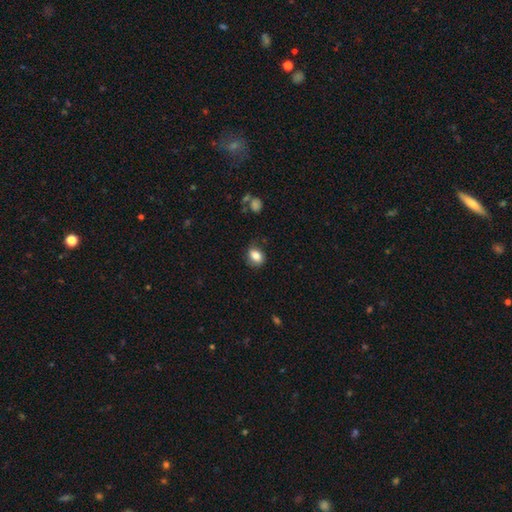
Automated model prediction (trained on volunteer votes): Smooth or featured? smooth (83%)
How rounded? in between (62%)
Merging? none (76%)